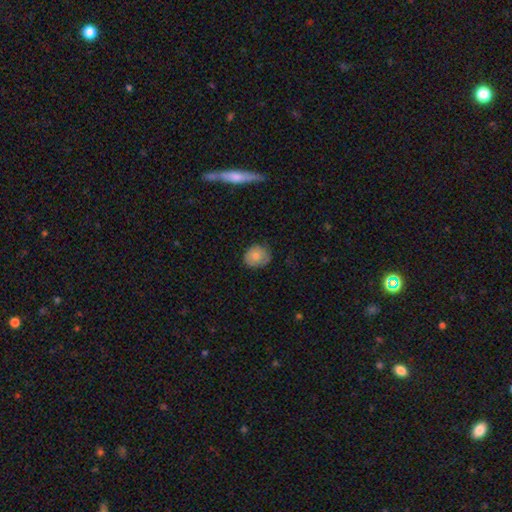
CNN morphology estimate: Smooth or featured? Predicted: smooth (p=0.76). How rounded? Predicted: round (p=0.79). Merging? Predicted: none (p=0.74).